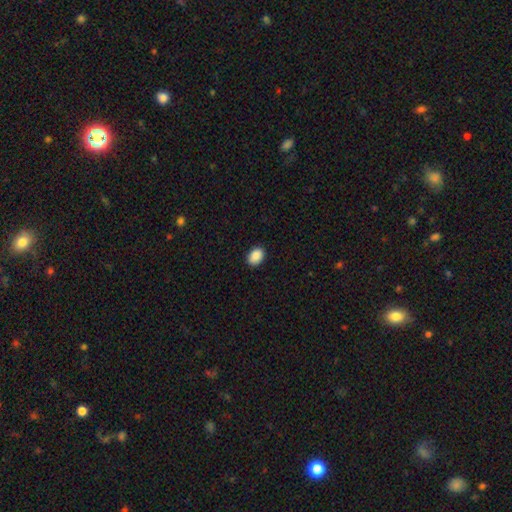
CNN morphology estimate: A smooth galaxy with no disk features (90%) that is in between round and cigar-shaped (76%). Merging: none (88%).